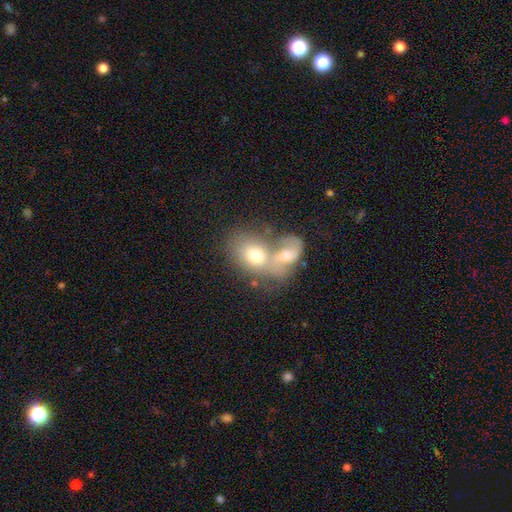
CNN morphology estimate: type=smooth (62%); roundness=in between (67%); merging=merger (67%).